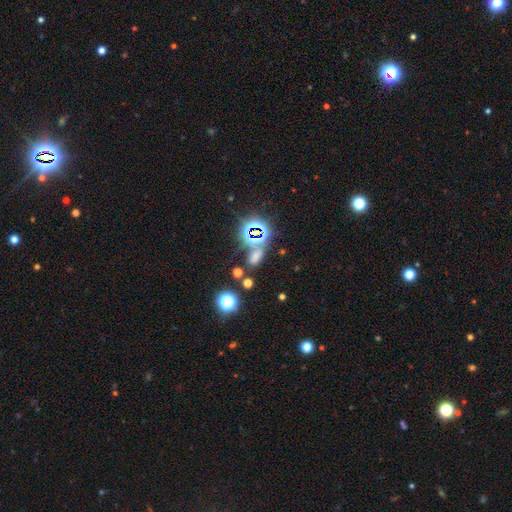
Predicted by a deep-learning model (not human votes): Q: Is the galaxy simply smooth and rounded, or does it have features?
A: star or artifact — 47%.